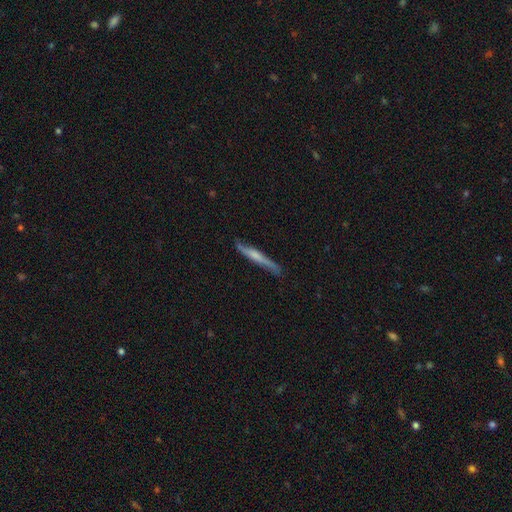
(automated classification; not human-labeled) smooth_or_featured: featured or disk (p=0.56) [alt: smooth p=0.38]
disk_edge_on: yes (p=0.90) [alt: no p=0.10]
edge_on_bulge: rounded (p=0.43) [alt: none p=0.39]
merging: none (p=0.74) [alt: minor disturbance p=0.20]